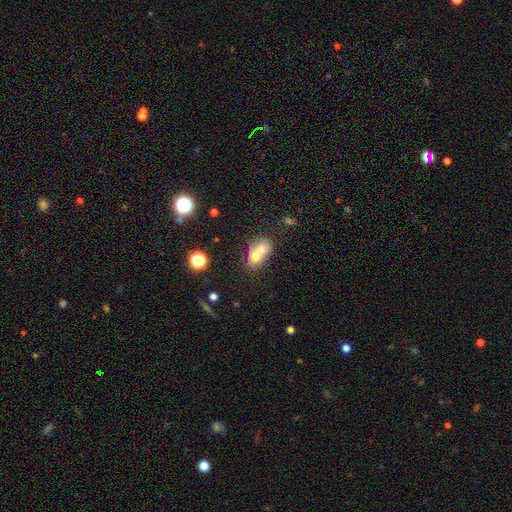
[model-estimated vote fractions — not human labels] Smooth or featured? Predicted: smooth (p=0.63). How rounded? Predicted: in between (p=0.52). Merging? Predicted: merger (p=0.71).